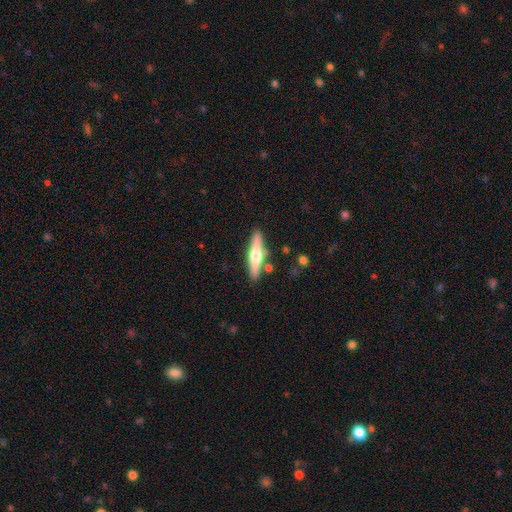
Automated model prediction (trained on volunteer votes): Overall: featured or disk (54%; smooth 40%). Edge-on disk: yes (94%). Edge-on bulge: rounded (92%). Merging: none (83%).